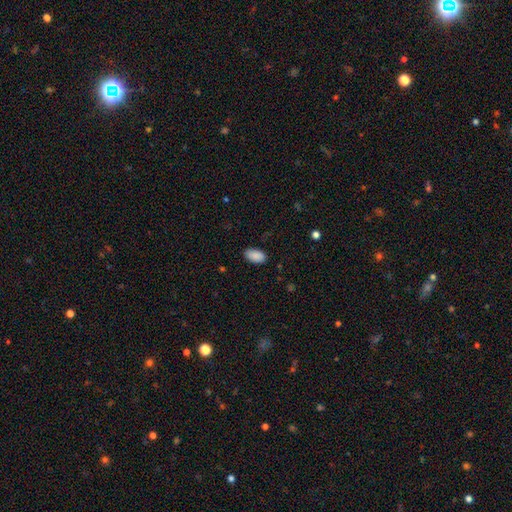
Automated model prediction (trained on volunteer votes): Smooth or featured: smooth — 90% (star or artifact — 7%)
How rounded: in between — 95% (round — 3%)
Merging: none — 87% (minor disturbance — 10%)